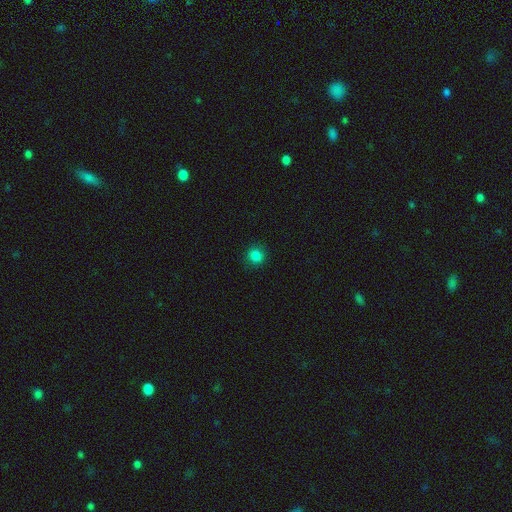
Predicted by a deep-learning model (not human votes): Smooth or featured? smooth (83%)
How rounded? round (90%)
Merging? none (89%)